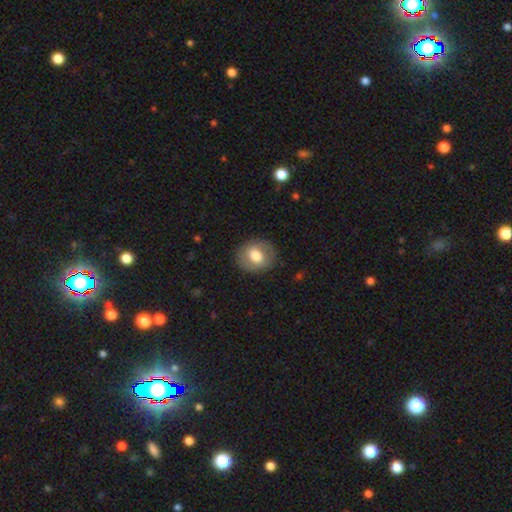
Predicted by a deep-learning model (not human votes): smooth 69%, featured or disk 24%, star or artifact 7%. Down the decision tree: how rounded — round (60%); merging — none (85%).